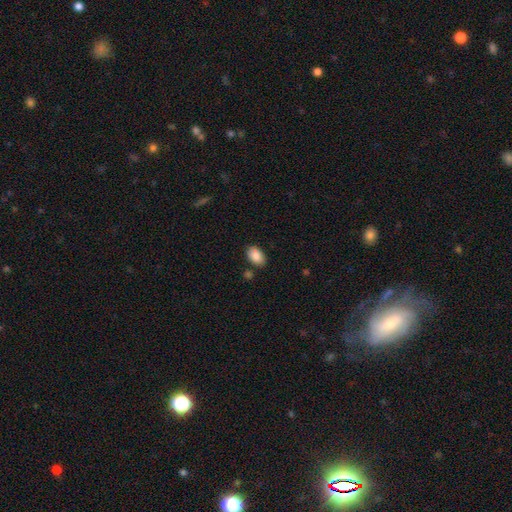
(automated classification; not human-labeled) A smooth galaxy with no disk features (88%) that is in between round and cigar-shaped (91%).

Vote fractions:
- Smooth or featured? smooth: 88% / star or artifact: 7% / featured or disk: 5%
- How rounded? in between: 91% / round: 8% / cigar-shaped: 1%
- Merging? none: 82% / minor disturbance: 12% / merger: 4% / major disturbance: 3%